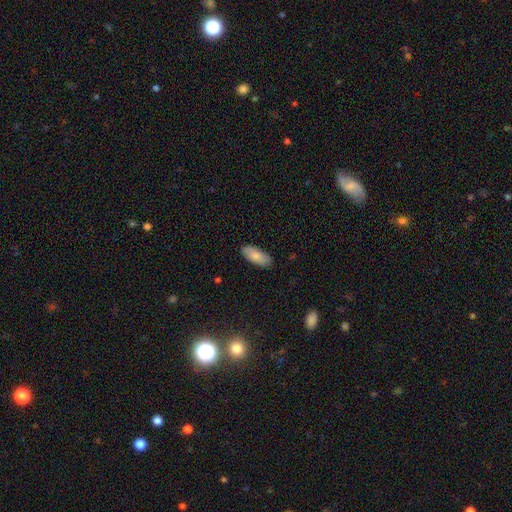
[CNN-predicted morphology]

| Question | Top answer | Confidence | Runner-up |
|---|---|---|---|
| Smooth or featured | smooth | 84% | featured or disk (10%) |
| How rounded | in between | 87% | cigar-shaped (11%) |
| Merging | none | 87% | minor disturbance (10%) |